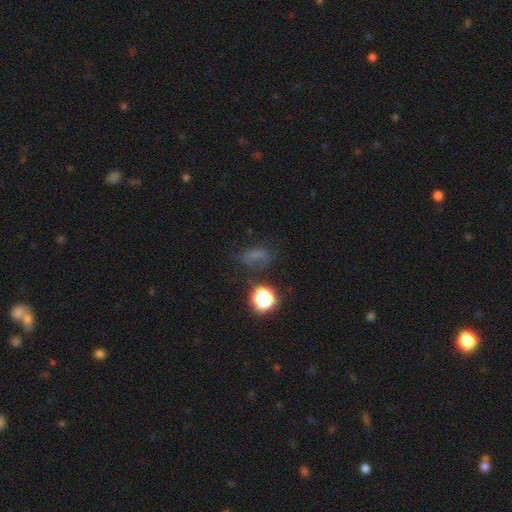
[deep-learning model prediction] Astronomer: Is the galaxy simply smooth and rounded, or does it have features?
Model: smooth — 51% (runner-up: star or artifact, 32%).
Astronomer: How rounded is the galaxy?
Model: in between — 59%.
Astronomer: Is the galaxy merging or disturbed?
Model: none — 53%.